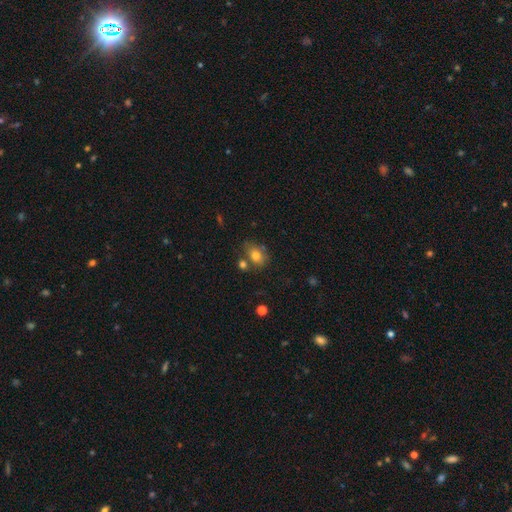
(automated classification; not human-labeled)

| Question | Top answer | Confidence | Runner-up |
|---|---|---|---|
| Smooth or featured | smooth | 78% | featured or disk (11%) |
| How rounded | in between | 58% | round (41%) |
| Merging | none | 61% | minor disturbance (18%) |